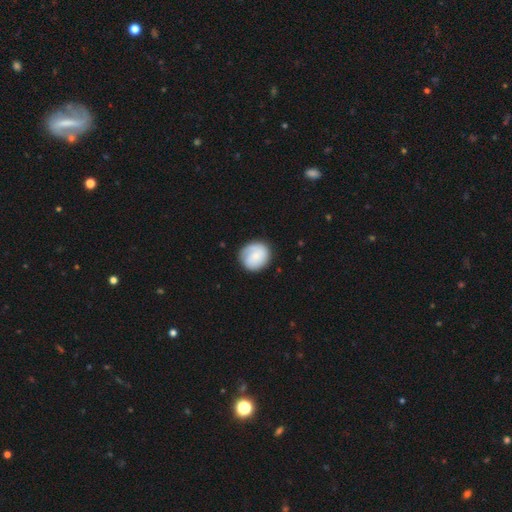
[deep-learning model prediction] Smooth or featured: smooth — 57% (featured or disk — 37%)
How rounded: round — 81% (in between — 18%)
Merging: none — 76% (minor disturbance — 17%)